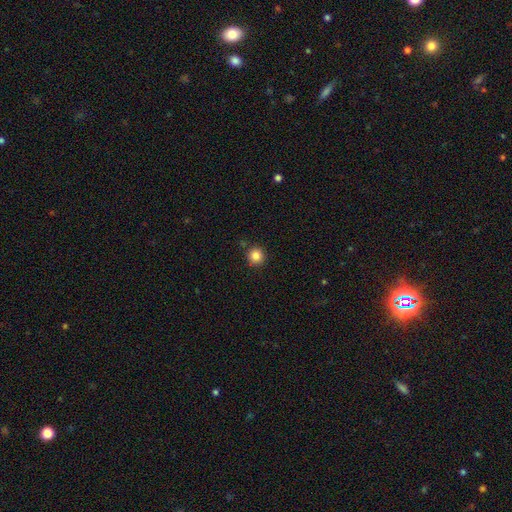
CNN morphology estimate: Smooth or featured?
  - smooth: 85% *
  - star or artifact: 11%
  - featured or disk: 4%
How rounded?
  - round: 95% *
  - in between: 4%
  - cigar-shaped: 1%
Merging?
  - none: 88% *
  - minor disturbance: 6%
  - merger: 3%
  - major disturbance: 2%